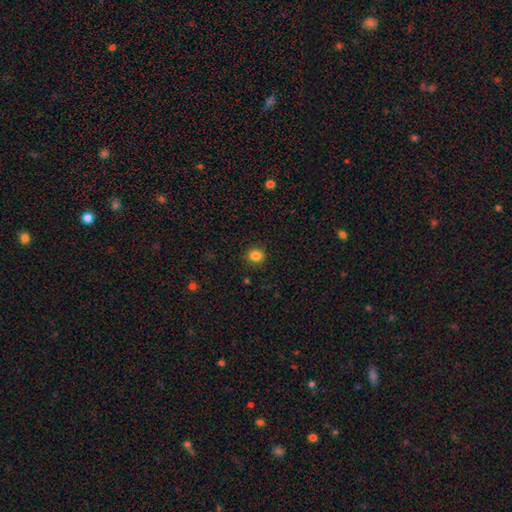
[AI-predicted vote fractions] Morphology: type=smooth (84%); roundness=round (83%); merging=none (90%).